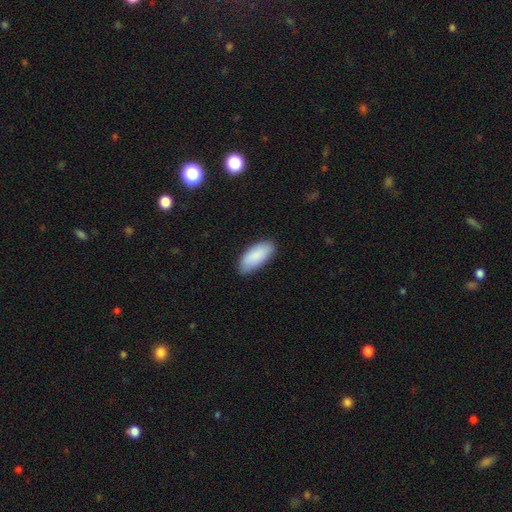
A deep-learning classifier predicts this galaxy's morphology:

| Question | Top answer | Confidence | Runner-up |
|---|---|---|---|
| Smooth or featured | smooth | 89% | star or artifact (6%) |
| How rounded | in between | 87% | cigar-shaped (11%) |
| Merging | none | 84% | minor disturbance (13%) |